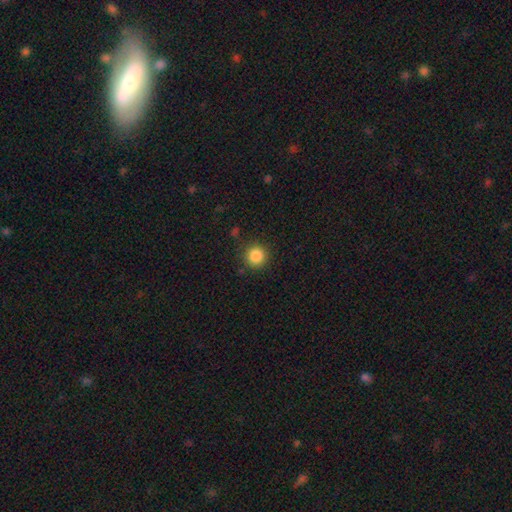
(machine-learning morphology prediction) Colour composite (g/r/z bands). It shows a smooth galaxy with no disk features (86%) that is round (94%). Merging: none (88%).